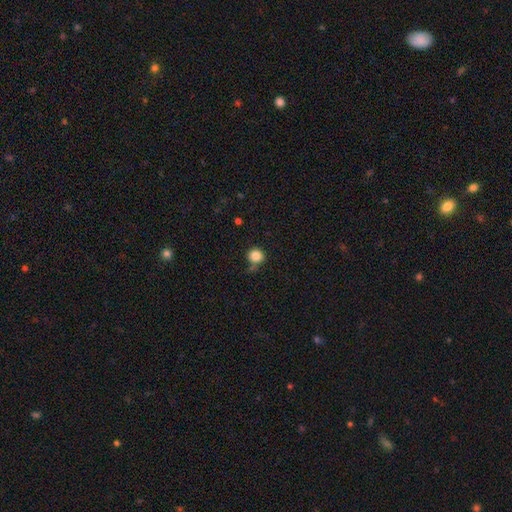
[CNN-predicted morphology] The model was most divided on "merging": none: 75%, minor disturbance: 13%, merger: 8%, major disturbance: 4%. More confident: how rounded — round (93%); smooth or featured — smooth (84%).